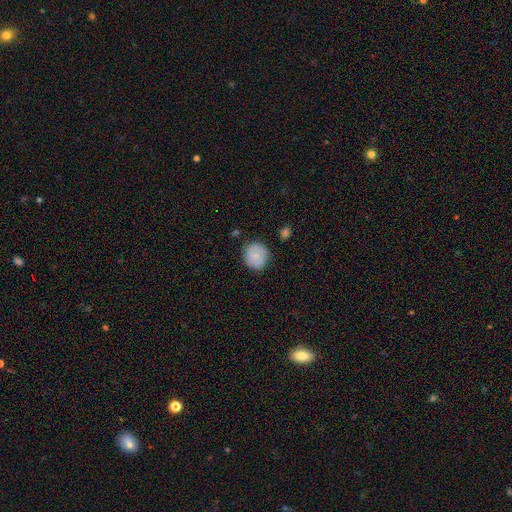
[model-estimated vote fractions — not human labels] A smooth galaxy with no disk features (72%) that is round (85%). Merging: none (81%).